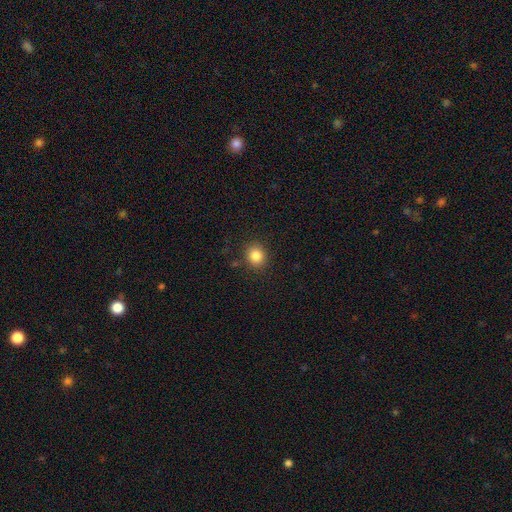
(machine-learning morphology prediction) A smooth galaxy with no disk features (84%) that is round (73%). Merging: none (87%).